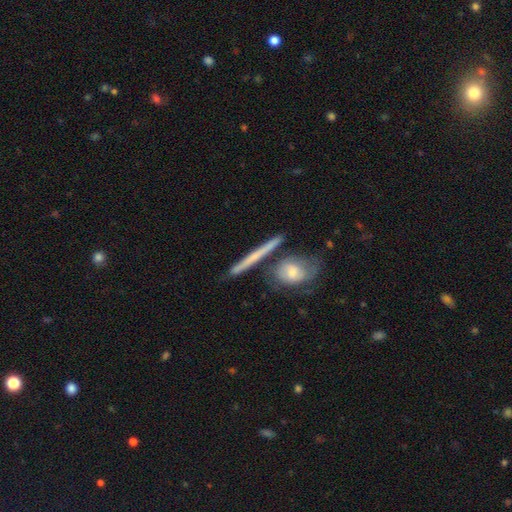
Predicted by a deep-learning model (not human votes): Morphology: type=featured or disk (52%); edge-on=yes (86%); merging=none (71%).